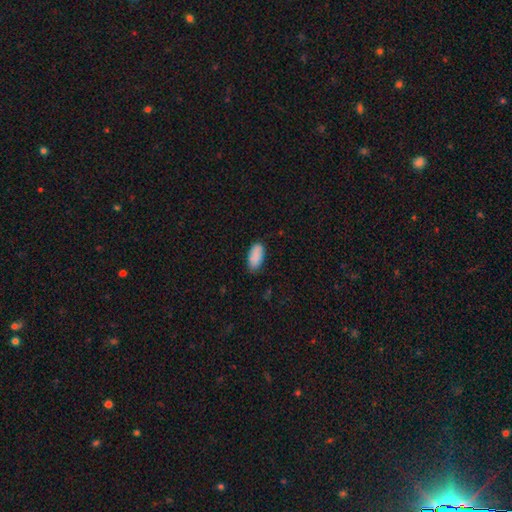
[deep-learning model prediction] Smooth or featured? smooth (87%)
How rounded? in between (92%)
Merging? none (77%)